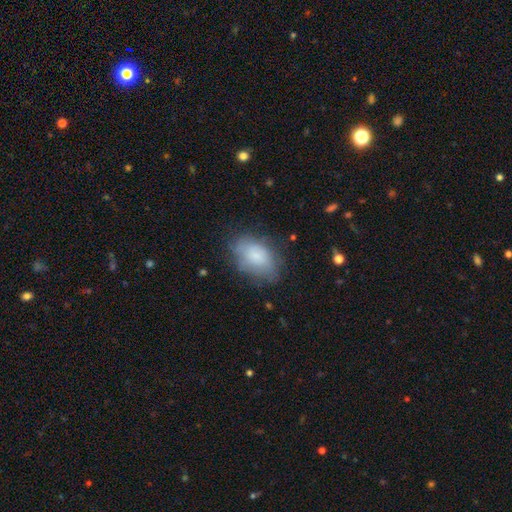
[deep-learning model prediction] Overall: smooth (72%). How rounded: in between (87%). Merging: none (63%; minor disturbance 25%).